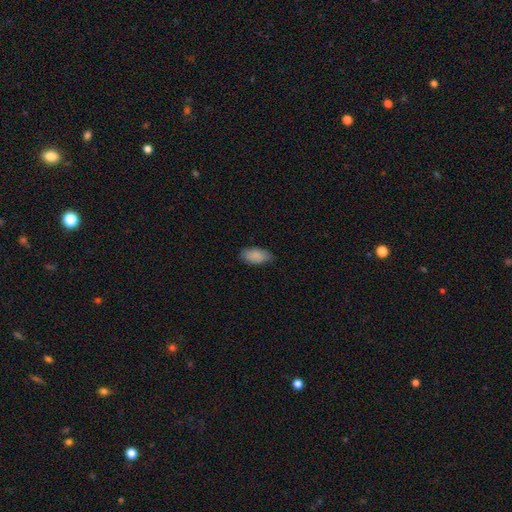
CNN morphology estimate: type=smooth (88%); roundness=in between (94%); merging=none (77%).